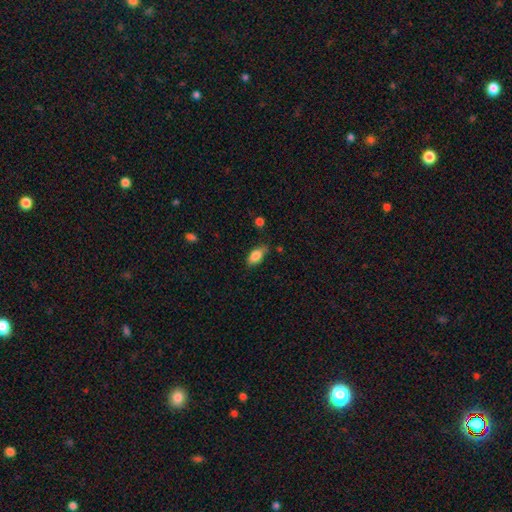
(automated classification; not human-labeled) Q: Smooth or featured?
A: smooth (84%); runner-up: featured or disk (9%)
Q: How rounded?
A: in between (89%); runner-up: cigar-shaped (7%)
Q: Merging?
A: none (70%); runner-up: minor disturbance (24%)